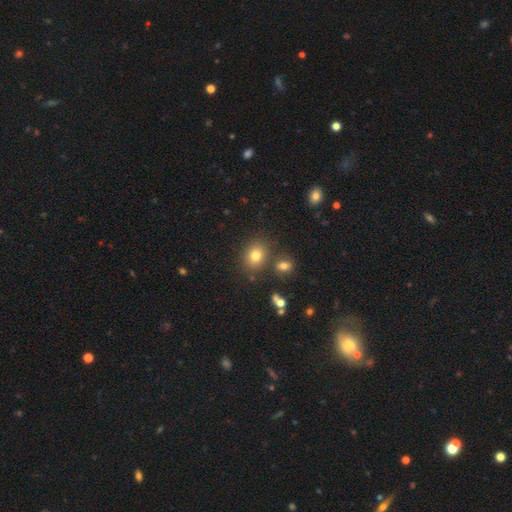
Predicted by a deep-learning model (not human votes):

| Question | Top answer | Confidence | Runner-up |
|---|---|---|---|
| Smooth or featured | smooth | 77% | star or artifact (14%) |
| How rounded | round | 53% | in between (46%) |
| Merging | none | 76% | minor disturbance (10%) |